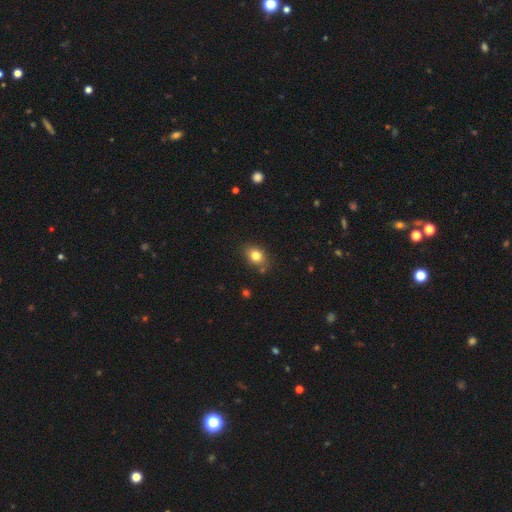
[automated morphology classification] Overall: smooth (80%). How rounded: in between (65%; round 34%). Merging: none (80%).